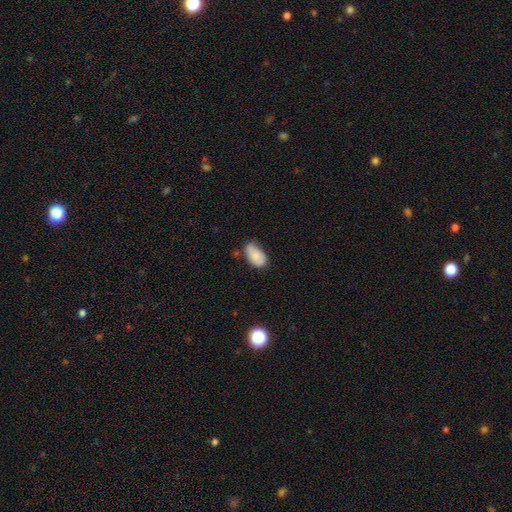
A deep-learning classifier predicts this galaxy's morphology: Smooth or featured?
  - smooth: 79% *
  - featured or disk: 13%
  - star or artifact: 8%
How rounded?
  - in between: 93% *
  - round: 6%
  - cigar-shaped: 2%
Merging?
  - none: 47% *
  - minor disturbance: 40%
  - major disturbance: 9%
  - merger: 5%